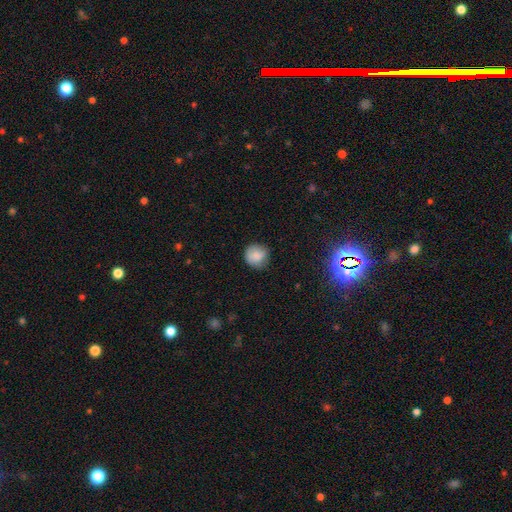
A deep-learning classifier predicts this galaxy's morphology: Smooth or featured: smooth — 84% (star or artifact — 8%)
How rounded: round — 89% (in between — 10%)
Merging: none — 73% (minor disturbance — 21%)